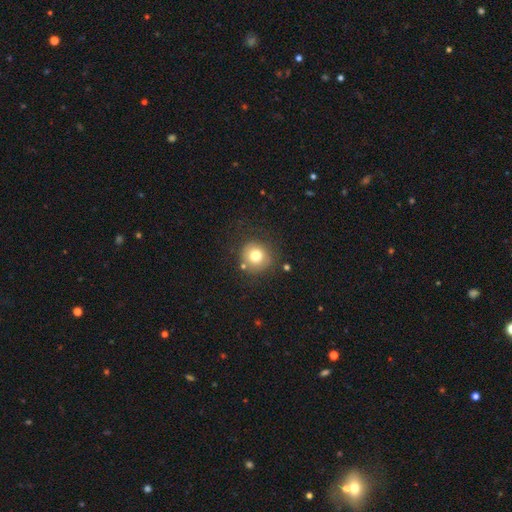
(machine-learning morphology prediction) Smooth or featured? Predicted: smooth (p=0.76). How rounded? Predicted: round (p=0.92). Merging? Predicted: none (p=0.79).